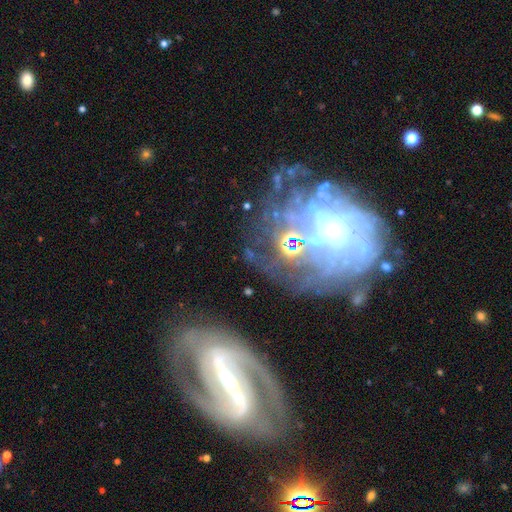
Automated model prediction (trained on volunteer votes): This appears to be a featured or disk galaxy (75%) with no bar (41%), tight (44%) spiral arms (79%) and a small central bulge (54%). Merging: none (48%).